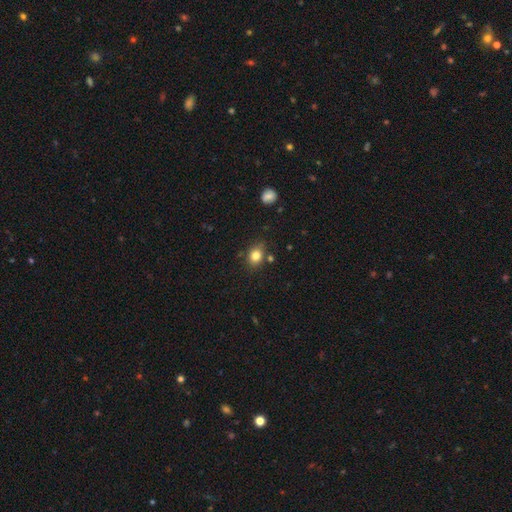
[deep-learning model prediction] Smooth or featured? Predicted: smooth (p=0.82). How rounded? Predicted: in between (p=0.53). Merging? Predicted: none (p=0.76).